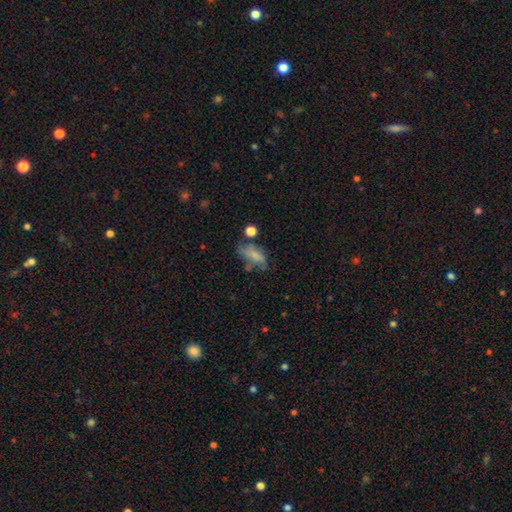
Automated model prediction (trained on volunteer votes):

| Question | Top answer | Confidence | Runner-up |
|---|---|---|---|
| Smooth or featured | smooth | 70% | featured or disk (19%) |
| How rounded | in between | 83% | cigar-shaped (11%) |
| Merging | none | 43% | minor disturbance (27%) |